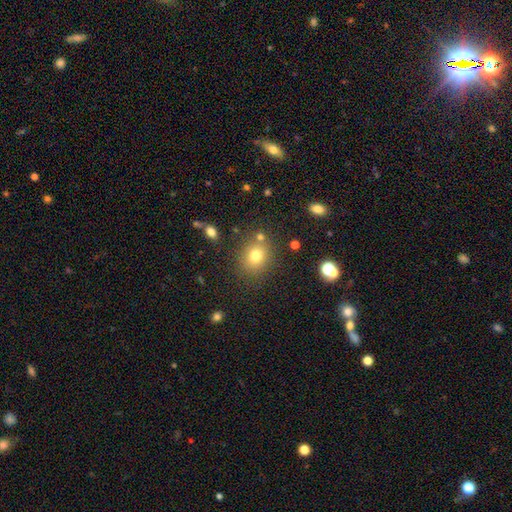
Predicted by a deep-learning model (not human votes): Smooth or featured: smooth — 77% (star or artifact — 14%)
How rounded: round — 66% (in between — 33%)
Merging: none — 77% (minor disturbance — 11%)